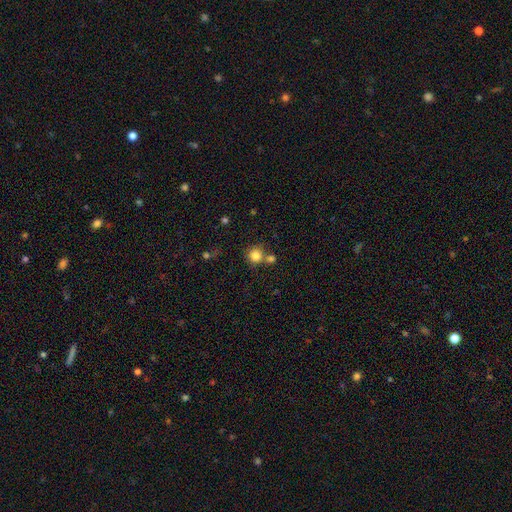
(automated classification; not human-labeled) A smooth galaxy with no disk features (82%) that is round (92%).

Vote fractions:
- Smooth or featured? smooth: 82% / star or artifact: 11% / featured or disk: 6%
- How rounded? round: 92% / in between: 7% / cigar-shaped: 1%
- Merging? none: 63% / merger: 24% / minor disturbance: 9% / major disturbance: 4%